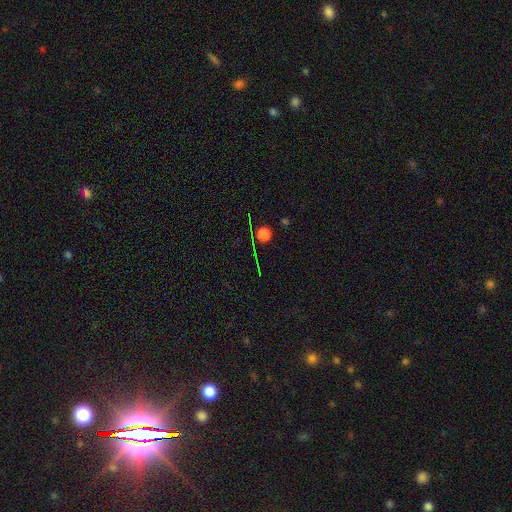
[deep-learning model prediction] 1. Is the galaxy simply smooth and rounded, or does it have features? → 60% star or artifact, 28% smooth, 12% featured or disk.